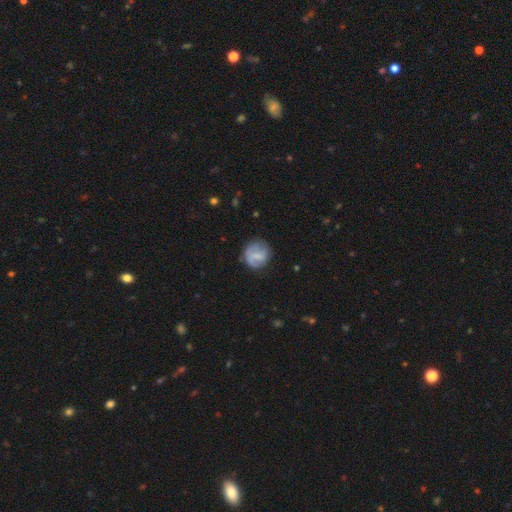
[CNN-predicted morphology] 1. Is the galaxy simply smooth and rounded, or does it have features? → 59% smooth, 33% featured or disk, 8% star or artifact.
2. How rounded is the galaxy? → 84% round, 15% in between, 1% cigar-shaped.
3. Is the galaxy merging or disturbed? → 72% none, 19% minor disturbance, 7% major disturbance, 1% merger.